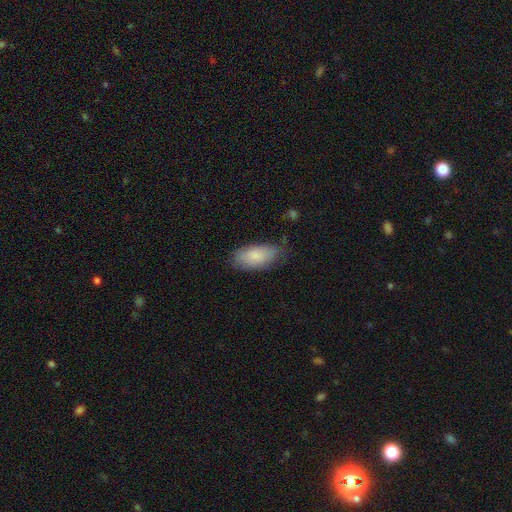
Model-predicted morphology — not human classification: Overall: smooth (84%). How rounded: in between (91%). Merging: none (70%).